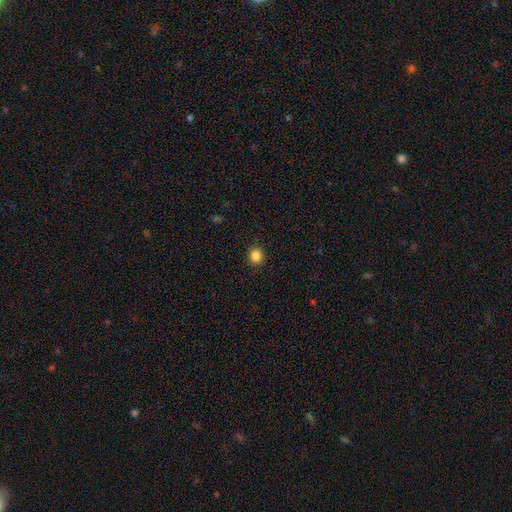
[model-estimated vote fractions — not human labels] The model was most divided on "smooth or featured": smooth: 85%, star or artifact: 11%, featured or disk: 4%. More confident: merging — none (92%); how rounded — round (92%).